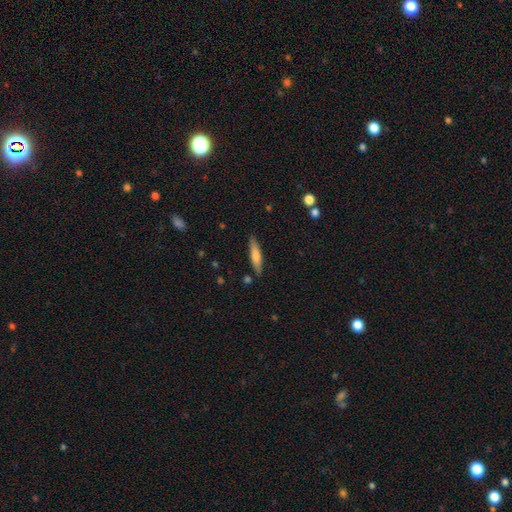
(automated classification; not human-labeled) Smooth or featured? smooth (67%)
How rounded? cigar-shaped (82%)
Merging? none (86%)